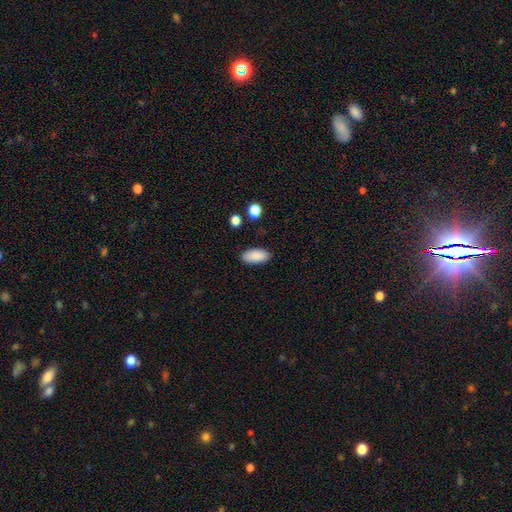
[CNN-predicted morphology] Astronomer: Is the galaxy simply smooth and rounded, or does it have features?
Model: smooth — 89%.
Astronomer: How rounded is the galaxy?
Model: in between — 92%.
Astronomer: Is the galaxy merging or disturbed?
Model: none — 87%.